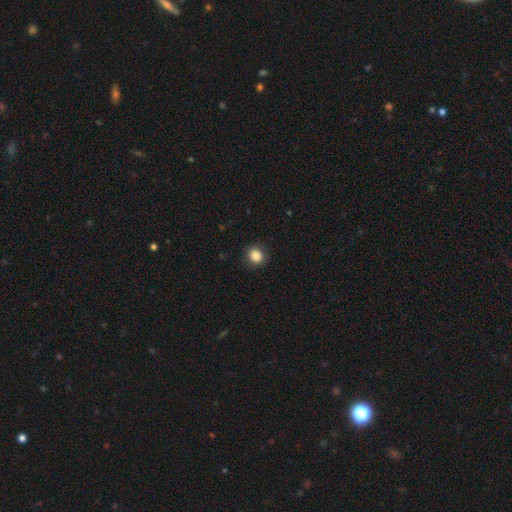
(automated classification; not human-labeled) Smooth or featured? Predicted: smooth (p=0.86). How rounded? Predicted: round (p=0.80). Merging? Predicted: none (p=0.87).